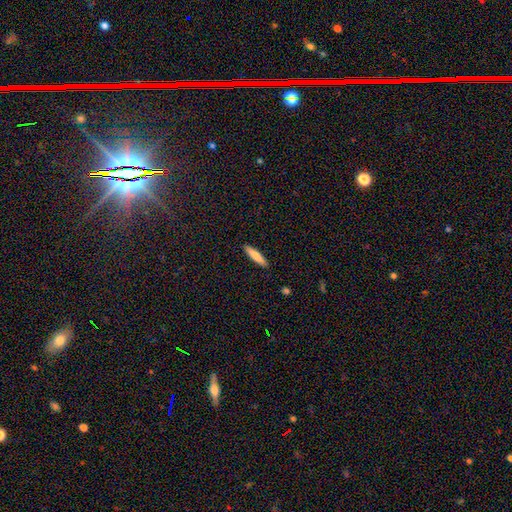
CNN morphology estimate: A smooth galaxy with no disk features (78%) that is cigar-shaped (83%). Merging: none (91%).